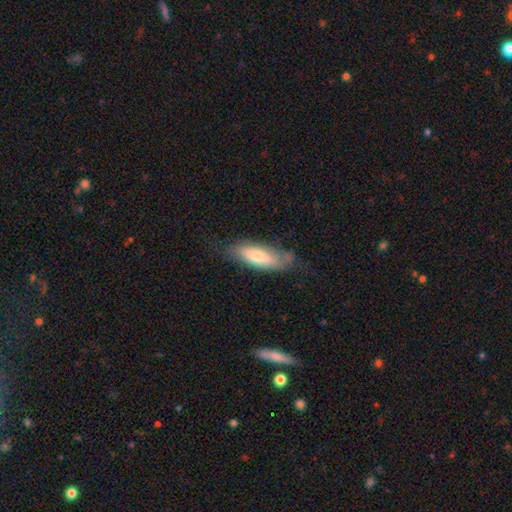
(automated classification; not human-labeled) Smooth or featured?
  - smooth: 64% *
  - featured or disk: 30%
  - star or artifact: 7%
How rounded?
  - in between: 62% *
  - cigar-shaped: 36%
  - round: 2%
Merging?
  - none: 61% *
  - minor disturbance: 28%
  - major disturbance: 9%
  - merger: 3%